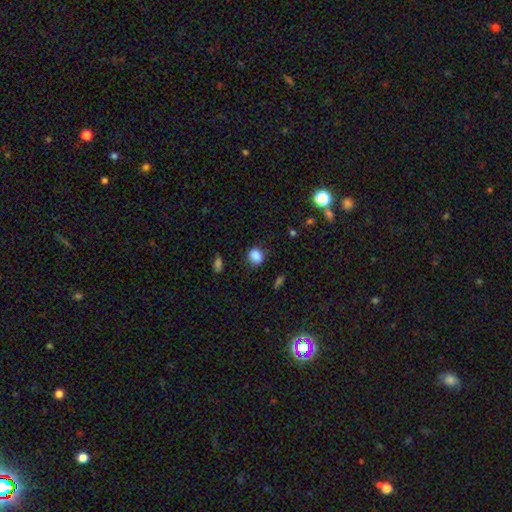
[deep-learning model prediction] Overall: smooth (86%). How rounded: round (61%; in between 38%). Merging: none (82%).